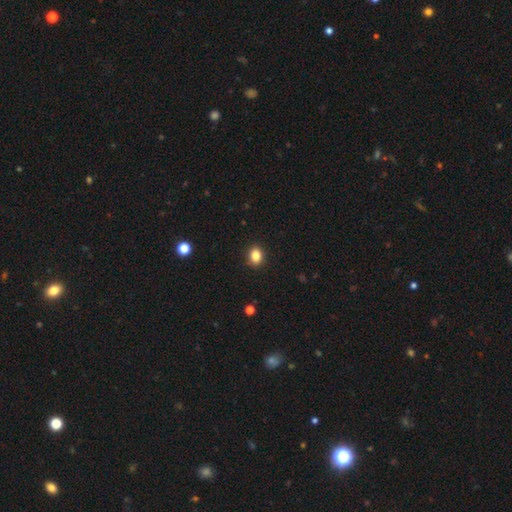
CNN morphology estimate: type=smooth (85%); roundness=round (51%); merging=none (90%).